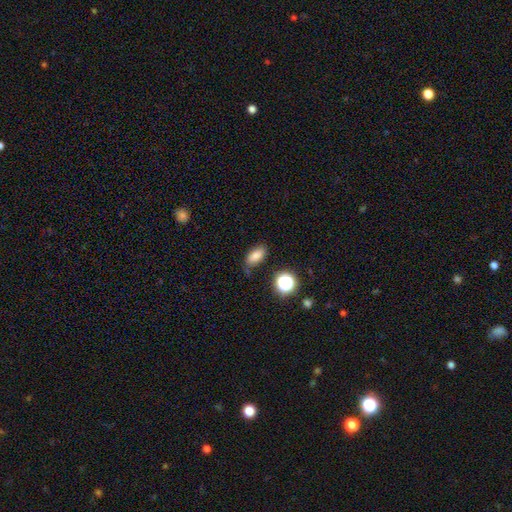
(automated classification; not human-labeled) Smooth or featured? Predicted: smooth (p=0.80). How rounded? Predicted: in between (p=0.86). Merging? Predicted: none (p=0.76).